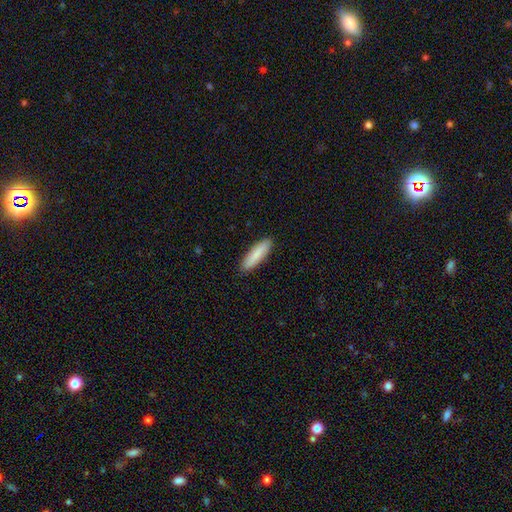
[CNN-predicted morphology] Smooth or featured? Predicted: smooth (p=0.85). How rounded? Predicted: cigar-shaped (p=0.69). Merging? Predicted: none (p=0.90).